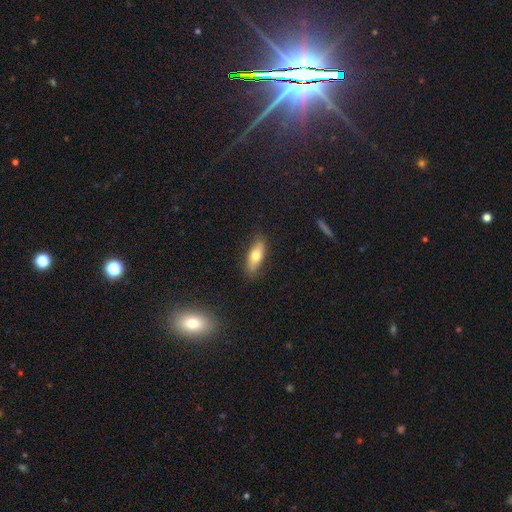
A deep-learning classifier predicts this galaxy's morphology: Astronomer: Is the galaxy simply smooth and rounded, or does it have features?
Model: smooth — 69%.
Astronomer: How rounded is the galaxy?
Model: in between — 67%.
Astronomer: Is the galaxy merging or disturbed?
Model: none — 84%.